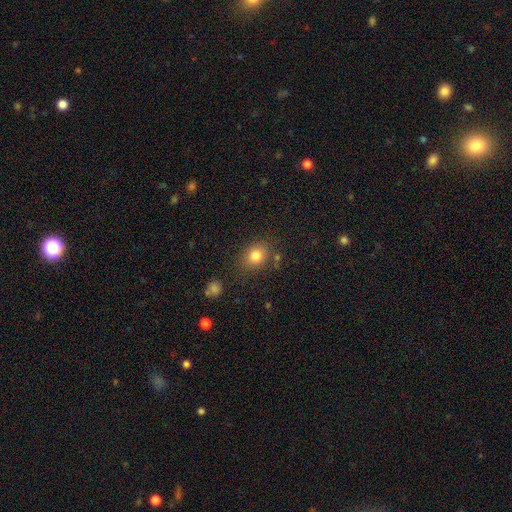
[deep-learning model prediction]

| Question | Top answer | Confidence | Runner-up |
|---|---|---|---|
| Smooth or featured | smooth | 81% | star or artifact (11%) |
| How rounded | round | 55% | in between (44%) |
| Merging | none | 77% | minor disturbance (13%) |